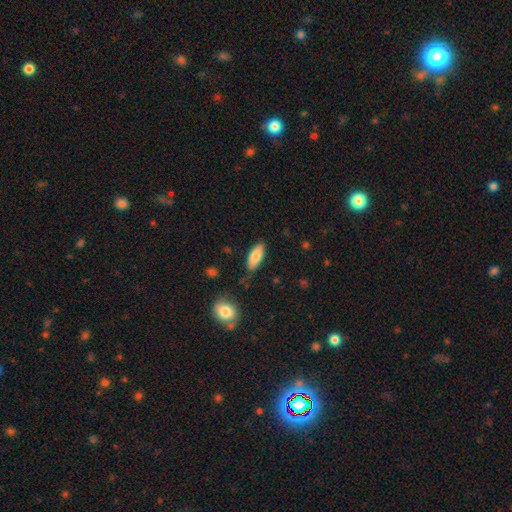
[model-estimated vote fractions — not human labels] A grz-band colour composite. It shows a smooth galaxy with no disk features (82%) that is in between round and cigar-shaped (81%). Merging: none (80%).